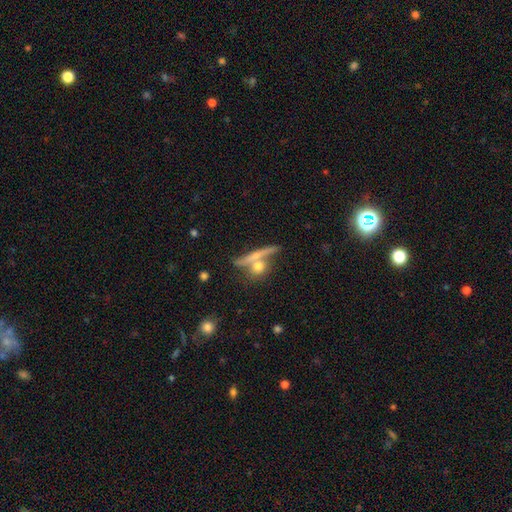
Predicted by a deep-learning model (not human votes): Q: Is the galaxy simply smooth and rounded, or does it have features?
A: featured or disk — 47%.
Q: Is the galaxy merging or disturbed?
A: none — 56%.